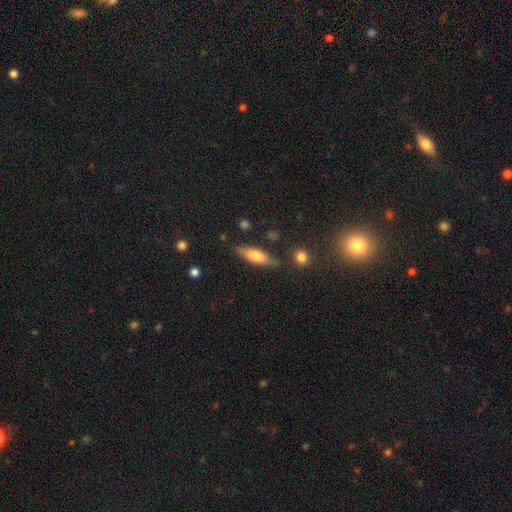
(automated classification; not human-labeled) A smooth galaxy with no disk features (66%) that is cigar-shaped (51%). Merging: none (79%).